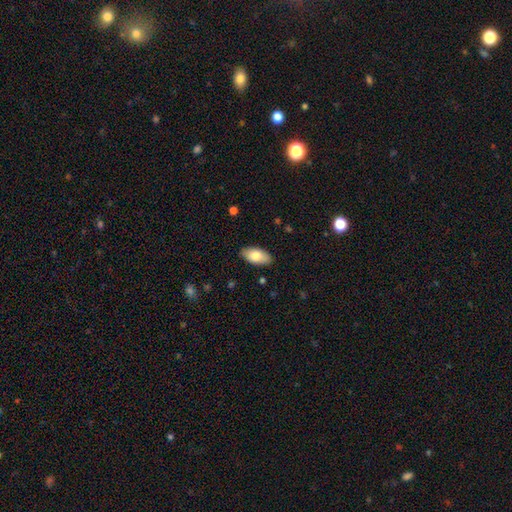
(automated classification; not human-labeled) This appears to be a smooth galaxy with no disk features (81%) that is in between round and cigar-shaped (94%). Merging: none (88%).